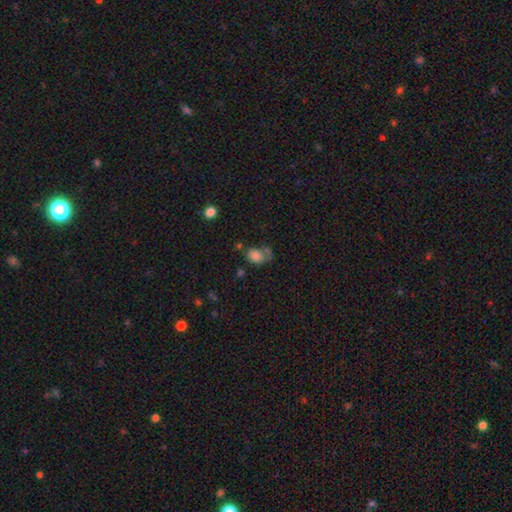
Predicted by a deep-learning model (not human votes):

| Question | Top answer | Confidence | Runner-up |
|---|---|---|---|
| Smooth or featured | smooth | 78% | star or artifact (12%) |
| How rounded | in between | 69% | round (30%) |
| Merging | none | 39% | minor disturbance (22%) |